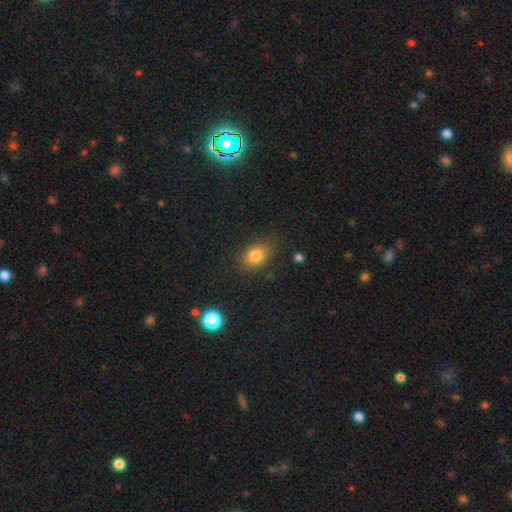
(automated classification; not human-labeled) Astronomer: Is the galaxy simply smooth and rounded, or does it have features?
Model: smooth — 80%.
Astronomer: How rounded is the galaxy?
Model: in between — 67%.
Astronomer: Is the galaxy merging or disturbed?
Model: none — 78%.